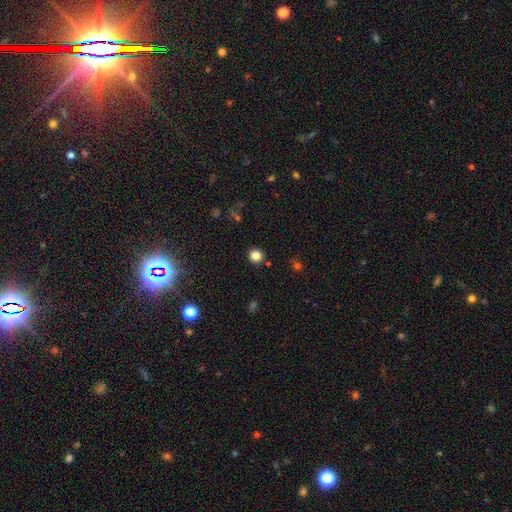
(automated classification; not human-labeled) Smooth or featured? Predicted: smooth (p=0.83). How rounded? Predicted: round (p=0.94). Merging? Predicted: none (p=0.91).